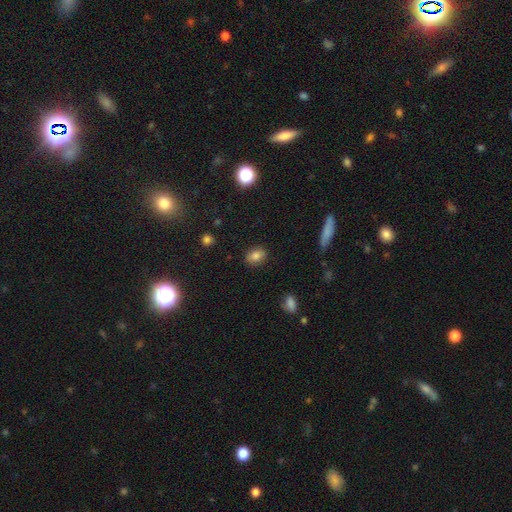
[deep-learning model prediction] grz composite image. It shows a smooth galaxy with no disk features (81%) that is in between round and cigar-shaped (73%). Merging: none (86%).